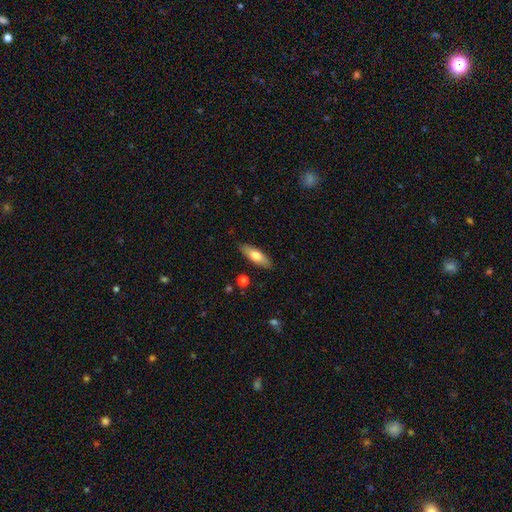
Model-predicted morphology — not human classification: type=smooth (68%); roundness=in between (58%); merging=none (88%).